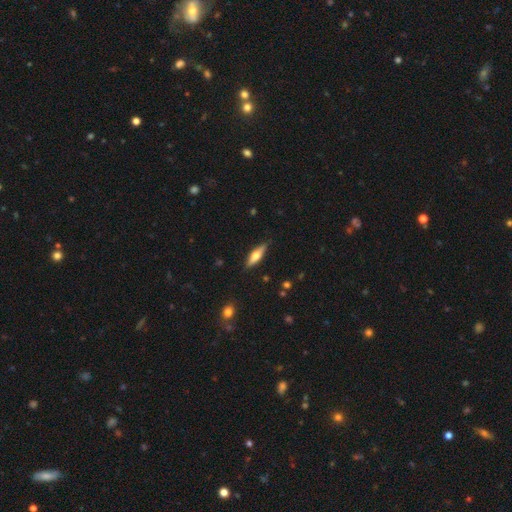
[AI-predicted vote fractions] A smooth galaxy with no disk features (56%) that is cigar-shaped (55%).

Vote fractions:
- Smooth or featured? smooth: 56% / featured or disk: 39% / star or artifact: 6%
- How rounded? cigar-shaped: 55% / in between: 43% / round: 2%
- Merging? none: 87% / minor disturbance: 10% / major disturbance: 2% / merger: 1%